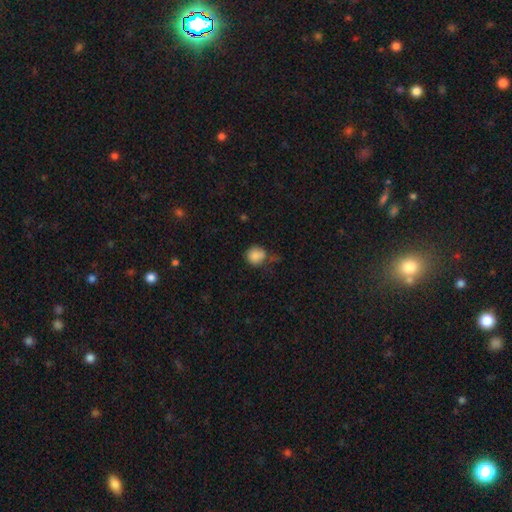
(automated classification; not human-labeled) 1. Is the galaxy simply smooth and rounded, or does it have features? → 86% smooth, 9% star or artifact, 5% featured or disk.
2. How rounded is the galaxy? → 84% round, 15% in between, 1% cigar-shaped.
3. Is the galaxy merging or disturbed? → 58% none, 25% minor disturbance, 9% major disturbance, 8% merger.